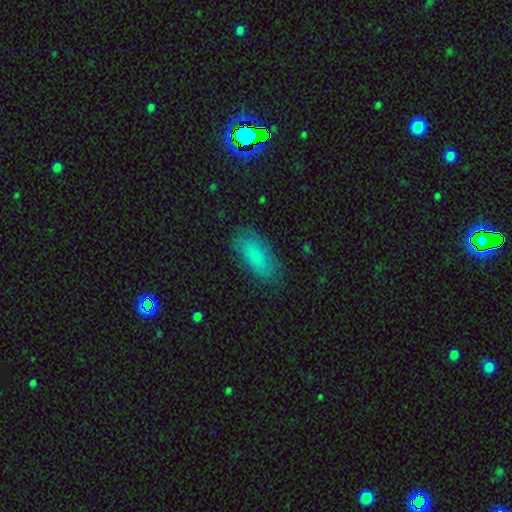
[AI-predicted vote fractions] A smooth galaxy with no disk features (82%) that is in between round and cigar-shaped (84%).

Vote fractions:
- Smooth or featured? smooth: 82% / star or artifact: 10% / featured or disk: 9%
- How rounded? in between: 84% / cigar-shaped: 13% / round: 3%
- Merging? none: 79% / minor disturbance: 16% / major disturbance: 4% / merger: 1%